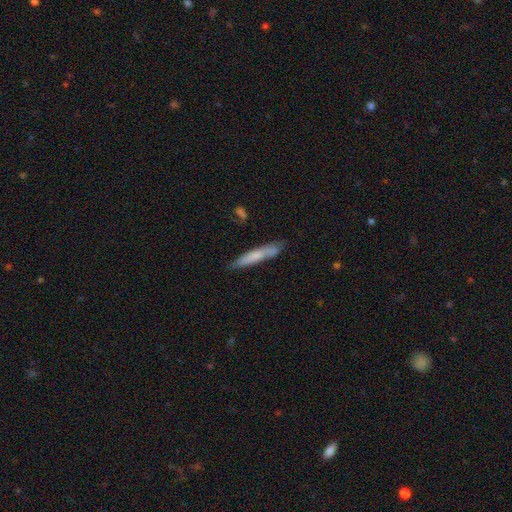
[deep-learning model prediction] smooth_or_featured: smooth (p=0.64) [alt: featured or disk p=0.30]
how_rounded: cigar-shaped (p=0.92) [alt: in between p=0.07]
merging: none (p=0.73) [alt: minor disturbance p=0.19]